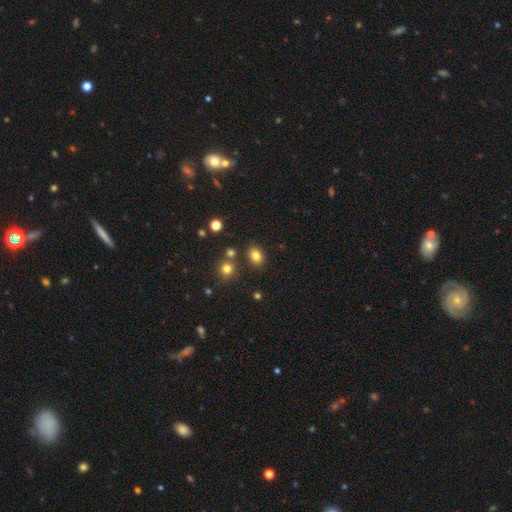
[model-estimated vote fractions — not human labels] This is clearly a smooth galaxy (82%). How rounded: likely in between (67%). Merging: clearly none (81%).